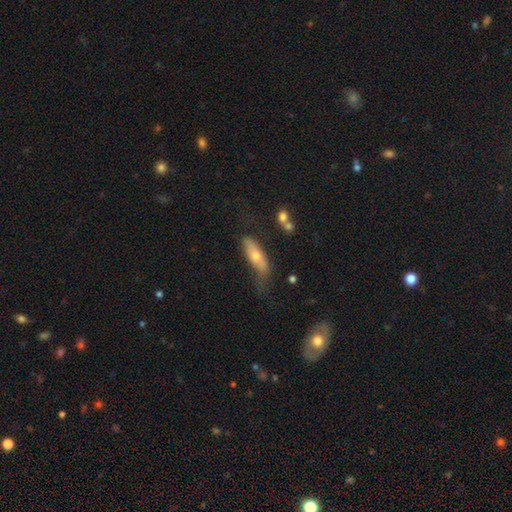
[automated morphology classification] smooth 60%, featured or disk 34%, star or artifact 6%. Down the decision tree: how rounded — cigar-shaped (52%); merging — none (47%).